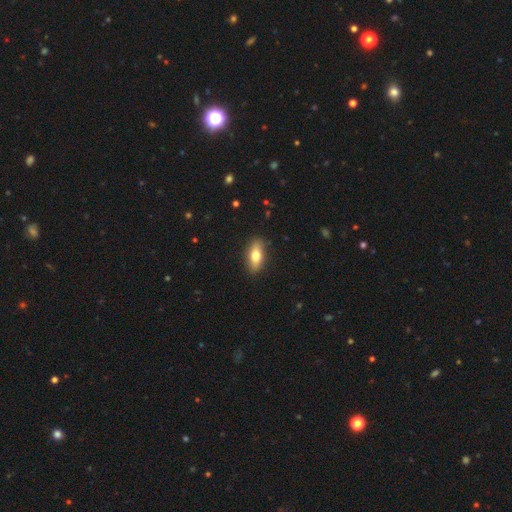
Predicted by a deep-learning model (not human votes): Smooth or featured: smooth — 72% (featured or disk — 21%)
How rounded: in between — 78% (cigar-shaped — 18%)
Merging: none — 87% (minor disturbance — 10%)